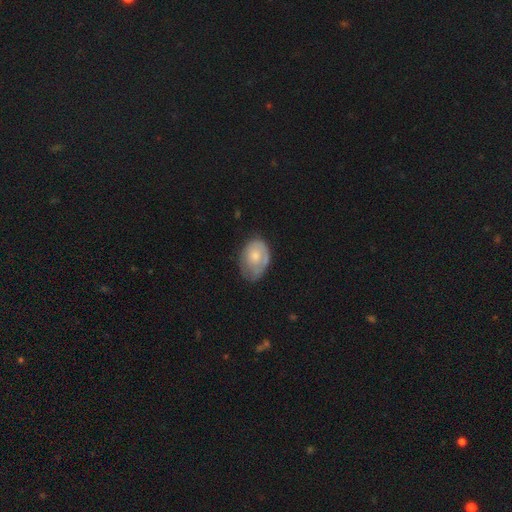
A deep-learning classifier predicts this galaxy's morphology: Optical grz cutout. It shows a smooth galaxy with no disk features (56%) that is in between round and cigar-shaped (76%). Merging: none (47%).